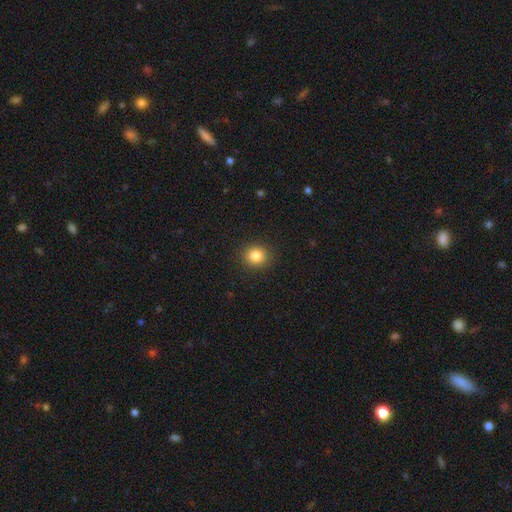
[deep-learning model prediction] smooth 85%, star or artifact 11%, featured or disk 5%. Down the decision tree: how rounded — round (82%); merging — none (91%).